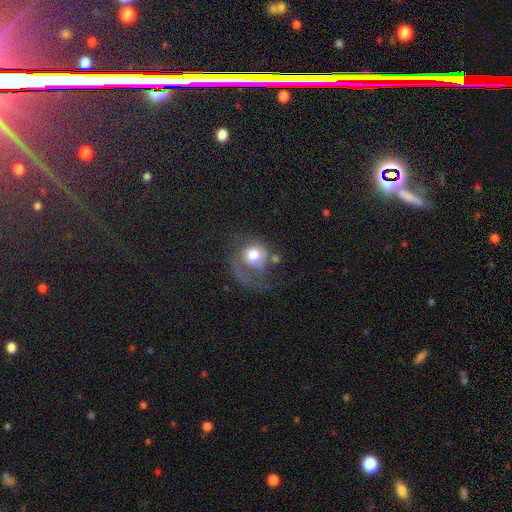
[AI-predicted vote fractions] Q: Smooth or featured?
A: smooth (51%); runner-up: featured or disk (38%)
Q: How rounded?
A: round (74%); runner-up: in between (25%)
Q: Merging?
A: major disturbance (46%); runner-up: none (28%)